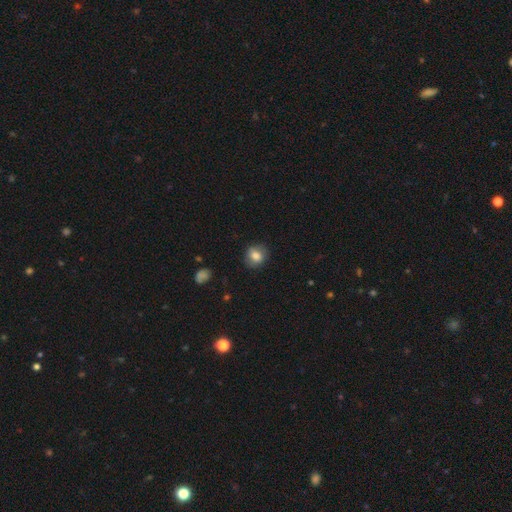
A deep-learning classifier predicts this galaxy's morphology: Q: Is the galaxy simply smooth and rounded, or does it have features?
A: smooth — 79%.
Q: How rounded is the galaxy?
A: round — 63%.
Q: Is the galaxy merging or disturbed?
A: none — 80%.